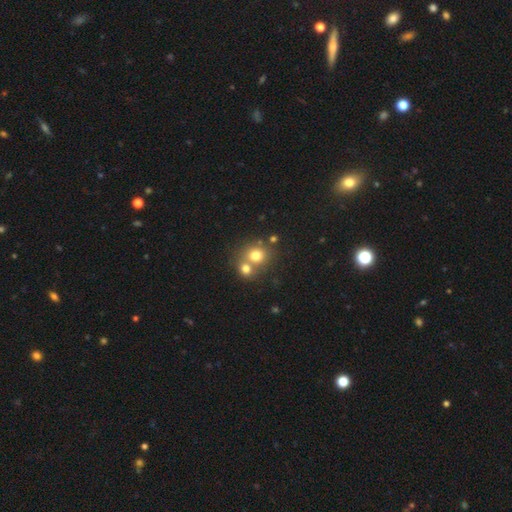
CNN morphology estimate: A smooth galaxy with no disk features (73%) that is round (80%). Merging: merger (46%).